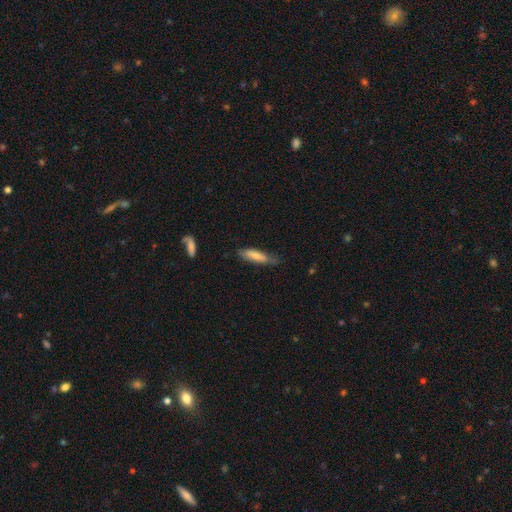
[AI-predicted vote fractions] Smooth or featured? smooth (73%)
How rounded? cigar-shaped (68%)
Merging? none (64%)